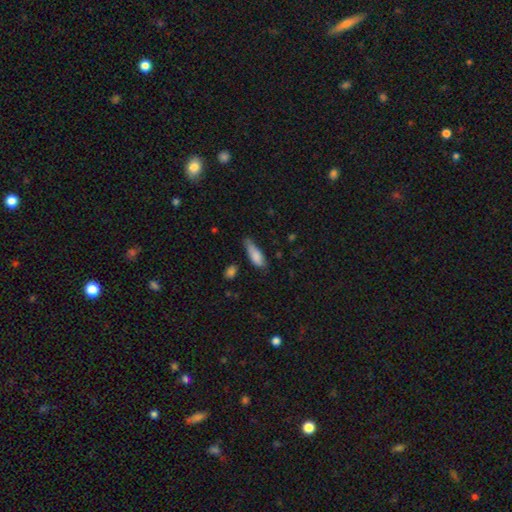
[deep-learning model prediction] This is clearly a smooth galaxy (82%). How rounded: likely in between (62%). Merging: marginally minor disturbance (43%).